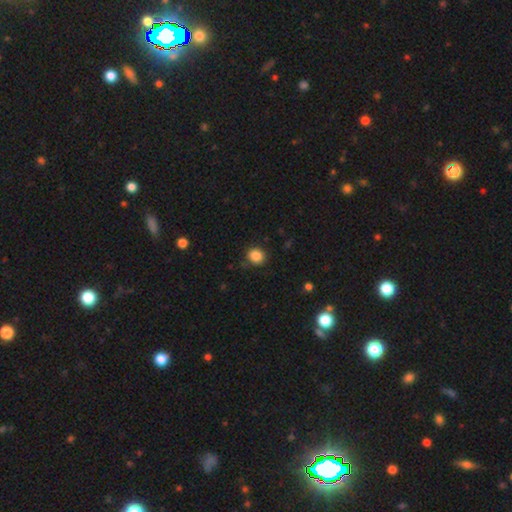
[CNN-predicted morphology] Smooth or featured? Predicted: smooth (p=0.86). How rounded? Predicted: round (p=0.80). Merging? Predicted: none (p=0.87).